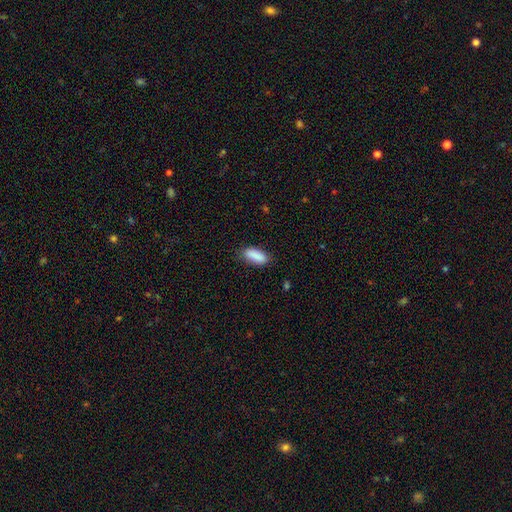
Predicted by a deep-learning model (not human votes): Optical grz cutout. It shows a smooth galaxy with no disk features (89%) that is in between round and cigar-shaped (73%). Merging: none (82%).